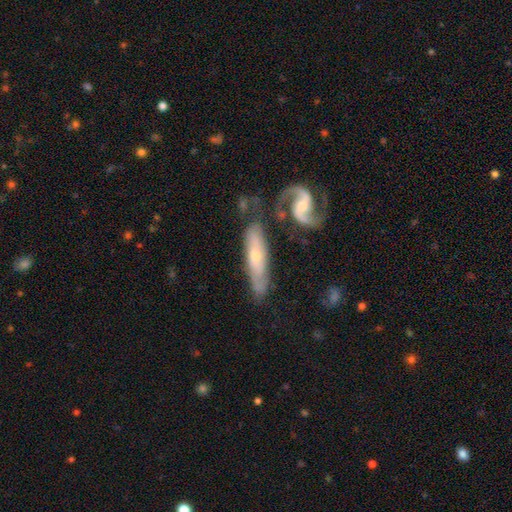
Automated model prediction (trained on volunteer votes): Smooth or featured: featured or disk — 66% (smooth — 28%)
Edge-on disk: no — 66% (yes — 34%)
Merging: none — 54% (minor disturbance — 21%)